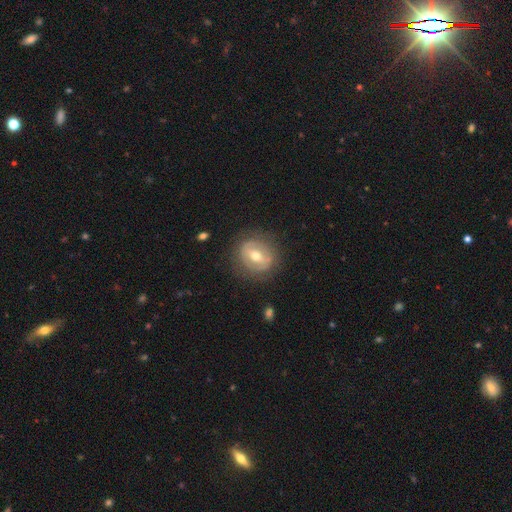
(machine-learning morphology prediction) smooth_or_featured: featured or disk (p=0.60) [alt: smooth p=0.34]
disk_edge_on: no (p=0.94) [alt: yes p=0.06]
bar: weak (p=0.39) [alt: strong p=0.34]
has_spiral_arms: no (p=0.71) [alt: yes p=0.29]
bulge_size: moderate (p=0.71) [alt: small p=0.22]
merging: none (p=0.80) [alt: minor disturbance p=0.13]